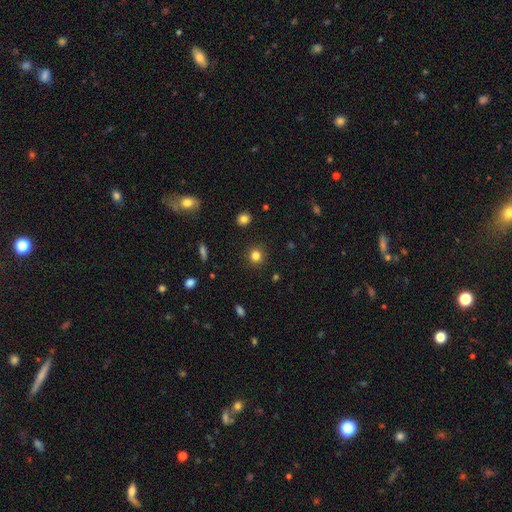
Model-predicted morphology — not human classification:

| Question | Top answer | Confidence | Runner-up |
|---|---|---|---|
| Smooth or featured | smooth | 82% | star or artifact (13%) |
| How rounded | round | 92% | in between (7%) |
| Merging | none | 91% | minor disturbance (6%) |